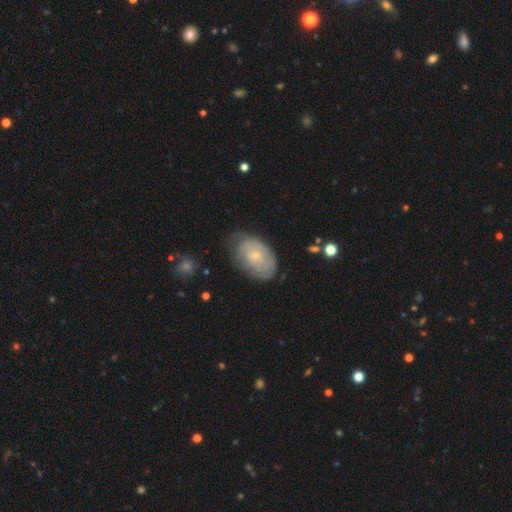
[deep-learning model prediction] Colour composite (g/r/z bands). It shows a featured or disk galaxy (49%). Merging: none (64%).